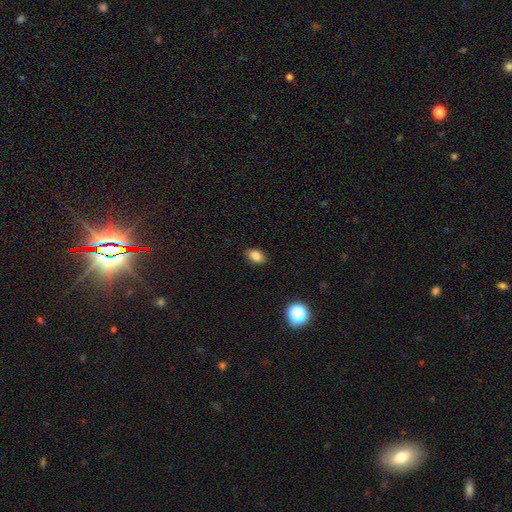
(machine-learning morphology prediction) The model was most divided on "how rounded": in between: 84%, round: 15%, cigar-shaped: 1%. More confident: merging — none (88%); smooth or featured — smooth (84%).